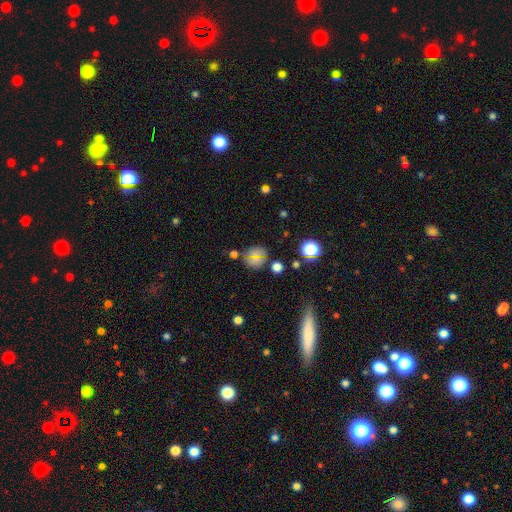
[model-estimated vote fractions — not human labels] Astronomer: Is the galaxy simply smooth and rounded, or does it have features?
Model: smooth — 65%.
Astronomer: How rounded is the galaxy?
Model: round — 72%.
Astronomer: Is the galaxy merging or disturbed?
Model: none — 74%.